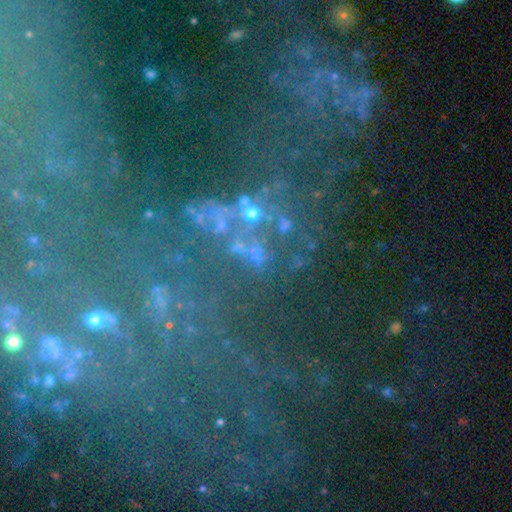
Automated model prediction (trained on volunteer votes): smooth-or-featured: star or artifact: 49% | featured or disk: 31% | smooth: 20%